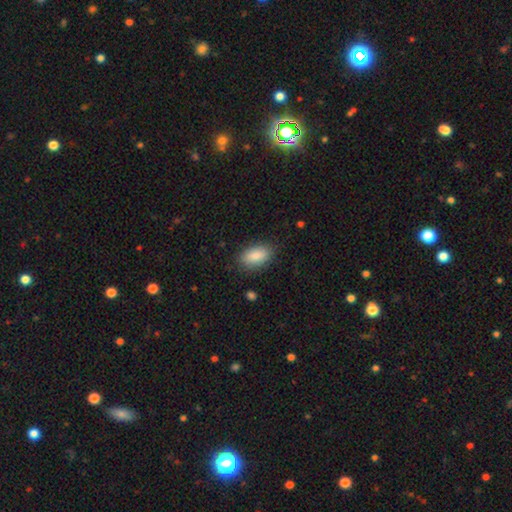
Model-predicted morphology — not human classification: Q: Smooth or featured?
A: smooth (87%); runner-up: featured or disk (7%)
Q: How rounded?
A: in between (92%); runner-up: round (4%)
Q: Merging?
A: none (85%); runner-up: minor disturbance (11%)